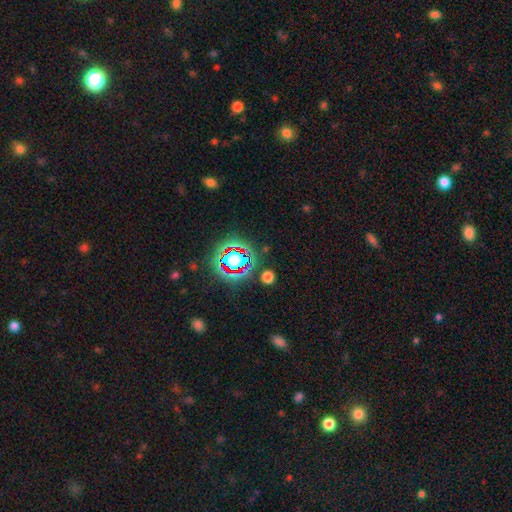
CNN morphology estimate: smooth_or_featured: star or artifact (p=0.77) [alt: smooth p=0.14]